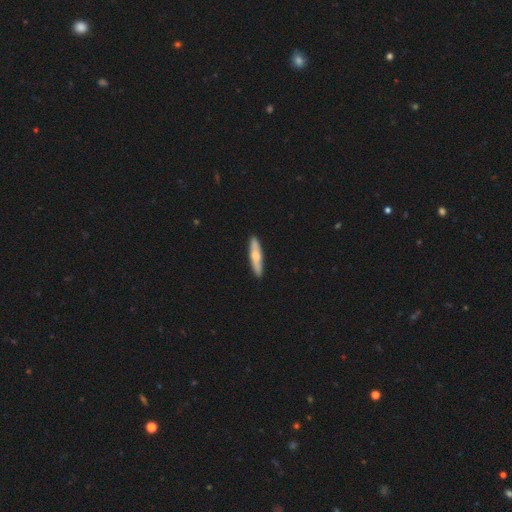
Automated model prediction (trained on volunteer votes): Q: Smooth or featured?
A: smooth (58%); runner-up: featured or disk (37%)
Q: How rounded?
A: cigar-shaped (84%); runner-up: in between (15%)
Q: Merging?
A: none (90%); runner-up: minor disturbance (7%)